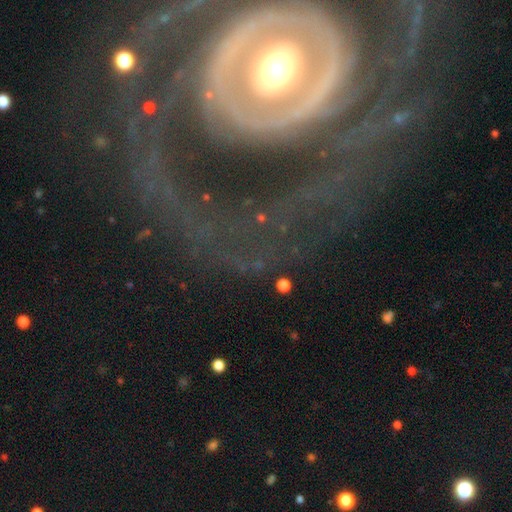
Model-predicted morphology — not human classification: This appears to be a featured or disk galaxy (82%) with no bar (66%), spiral arms (60%) and a moderate central bulge (62%). Merging: none (67%).